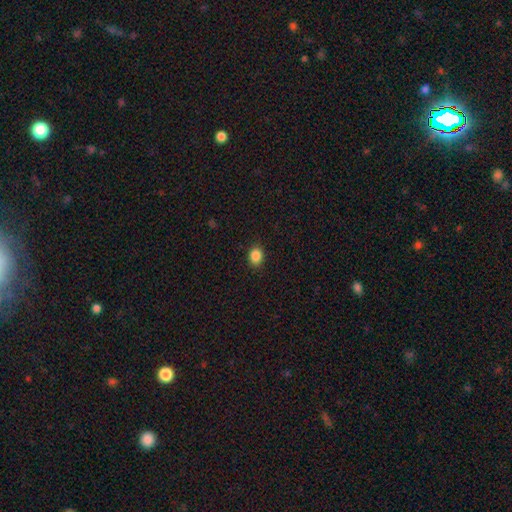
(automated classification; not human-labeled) Smooth or featured? Predicted: smooth (p=0.87). How rounded? Predicted: in between (p=0.50). Merging? Predicted: none (p=0.89).